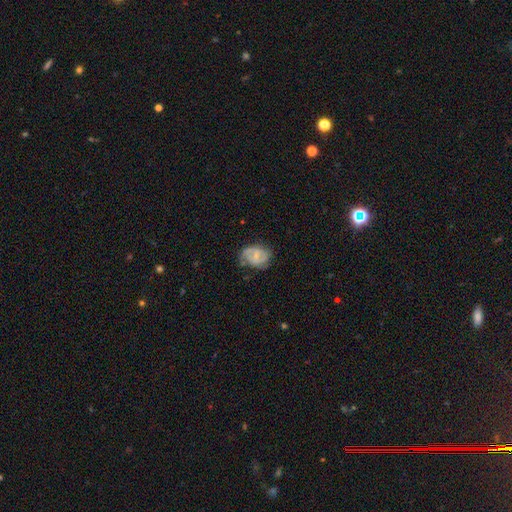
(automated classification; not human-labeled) Morphology: type=featured or disk (61%); edge-on=no (97%); bar=weak (45%); spiral arms=yes (82%); bulge=small (52%); merging=none (57%).